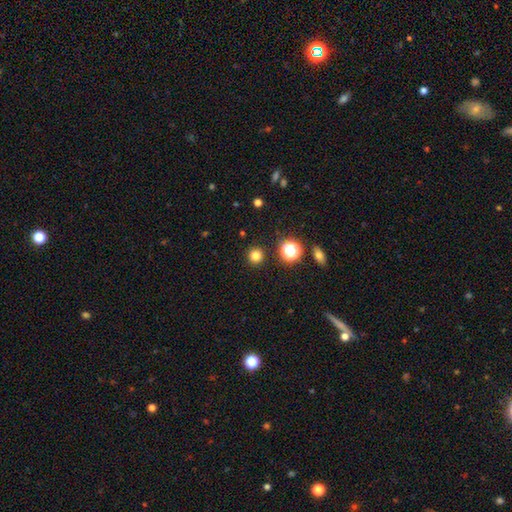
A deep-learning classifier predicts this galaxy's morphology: This is likely a smooth galaxy (80%). How rounded: clearly round (95%). Merging: clearly none (92%).